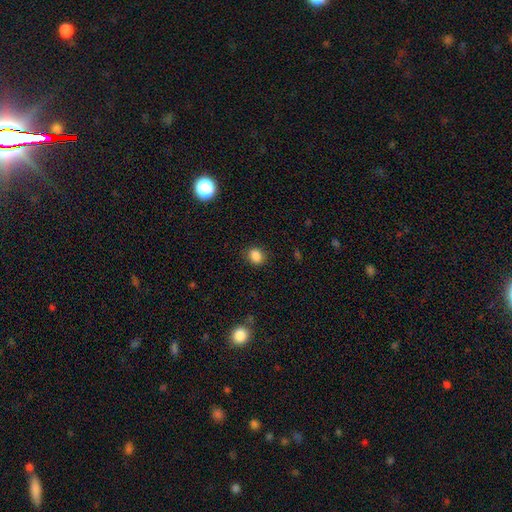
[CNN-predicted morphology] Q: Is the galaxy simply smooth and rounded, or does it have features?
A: smooth — 86%.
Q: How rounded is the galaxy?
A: round — 57%.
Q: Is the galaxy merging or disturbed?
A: none — 87%.